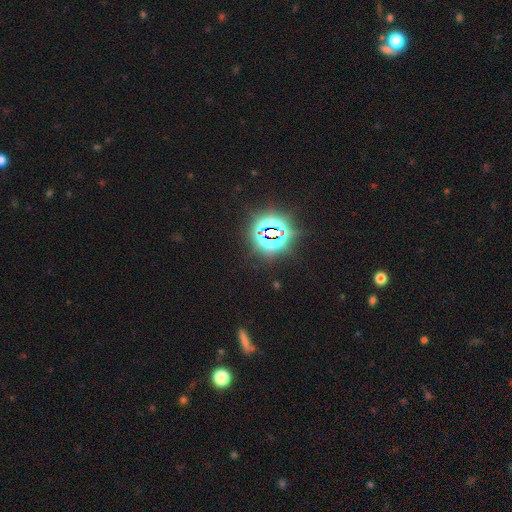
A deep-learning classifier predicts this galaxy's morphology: Smooth or featured?
  - star or artifact: 83% *
  - smooth: 11%
  - featured or disk: 6%